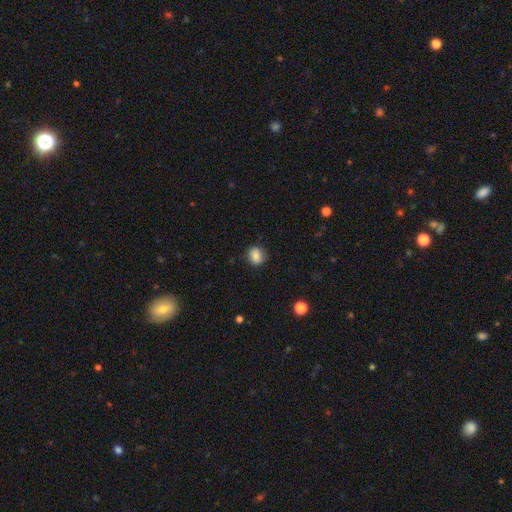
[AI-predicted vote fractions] Smooth or featured? smooth (84%)
How rounded? round (62%)
Merging? none (81%)